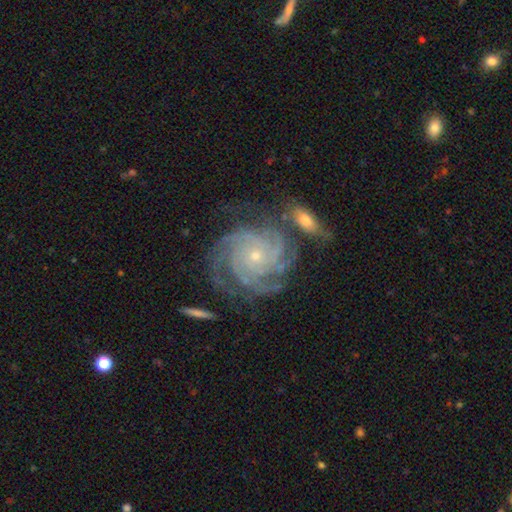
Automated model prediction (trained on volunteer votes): Smooth or featured?
  - featured or disk: 90% *
  - star or artifact: 6%
  - smooth: 4%
Edge-on disk?
  - no: 98% *
  - yes: 2%
Bar?
  - no: 78% *
  - weak: 16%
  - strong: 6%
Spiral arms?
  - yes: 98% *
  - no: 2%
Spiral winding?
  - tight: 77% *
  - medium: 20%
  - loose: 3%
Spiral arm count?
  - 4: 41% *
  - 3: 18%
  - more than 4: 18%
  - can't tell: 11%
  - 2: 7%
  - 1: 6%
Bulge size?
  - small: 80% *
  - moderate: 17%
  - none: 2%
  - large: 1%
  - dominant: 1%
Merging?
  - none: 67% *
  - minor disturbance: 17%
  - merger: 9%
  - major disturbance: 7%